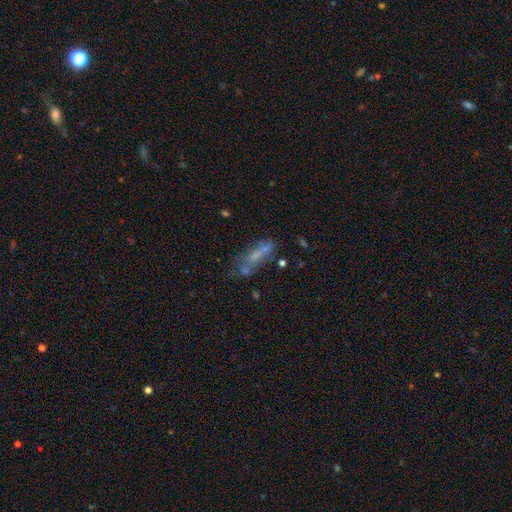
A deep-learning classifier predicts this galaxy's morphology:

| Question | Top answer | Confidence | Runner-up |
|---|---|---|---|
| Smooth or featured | smooth | 44% | featured or disk (39%) |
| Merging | none | 38% | merger (28%) |